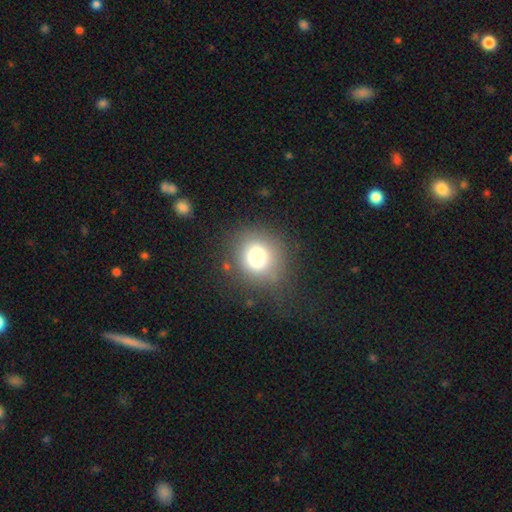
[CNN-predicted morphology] smooth_or_featured: smooth (p=0.75) [alt: star or artifact p=0.14]
how_rounded: round (p=0.83) [alt: in between p=0.16]
merging: none (p=0.77) [alt: minor disturbance p=0.13]